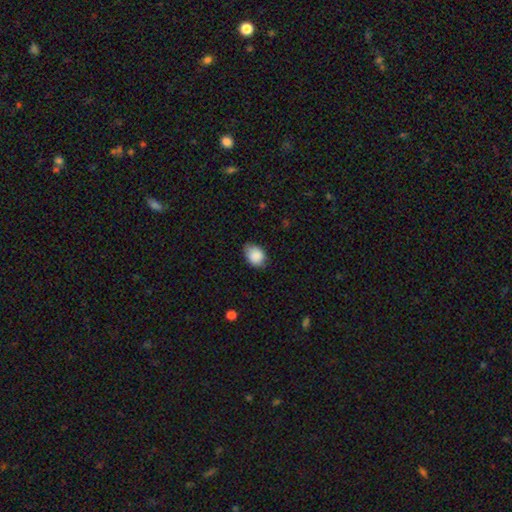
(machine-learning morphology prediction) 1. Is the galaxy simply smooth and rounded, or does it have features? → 89% smooth, 7% star or artifact, 4% featured or disk.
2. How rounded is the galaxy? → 69% in between, 30% round, 1% cigar-shaped.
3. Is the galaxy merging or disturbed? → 70% none, 25% minor disturbance, 4% major disturbance, 1% merger.